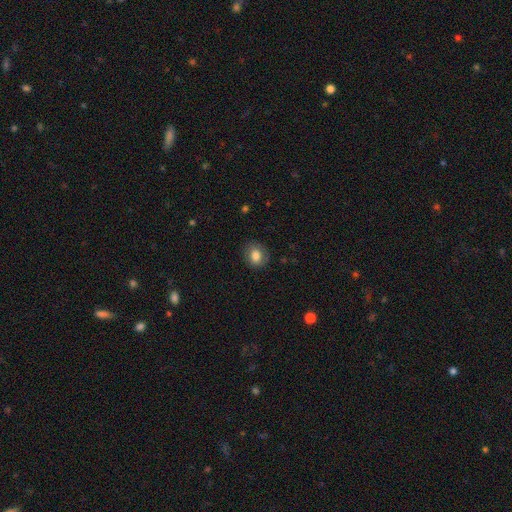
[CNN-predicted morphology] Smooth or featured? Predicted: smooth (p=0.82). How rounded? Predicted: round (p=0.55). Merging? Predicted: none (p=0.80).